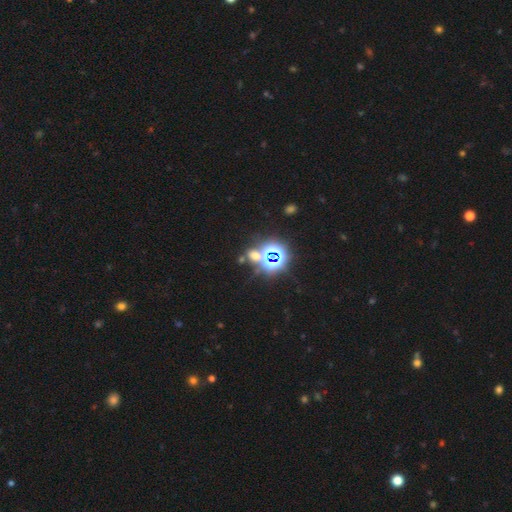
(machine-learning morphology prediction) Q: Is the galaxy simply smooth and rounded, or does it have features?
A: star or artifact — 61%.